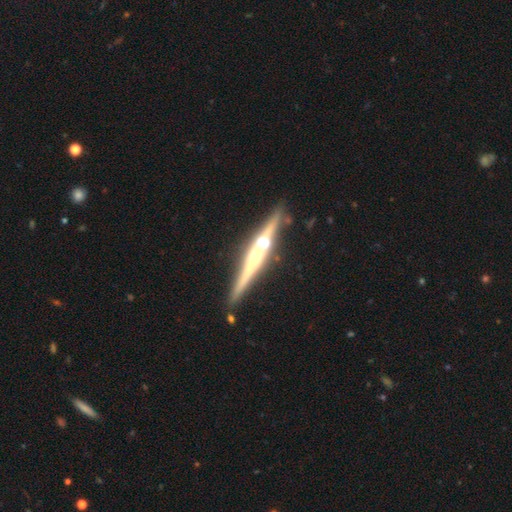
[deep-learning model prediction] A featured or disk galaxy (82%) viewed edge-on (97%) with a rounded central bulge (89%). Merging: none (76%).